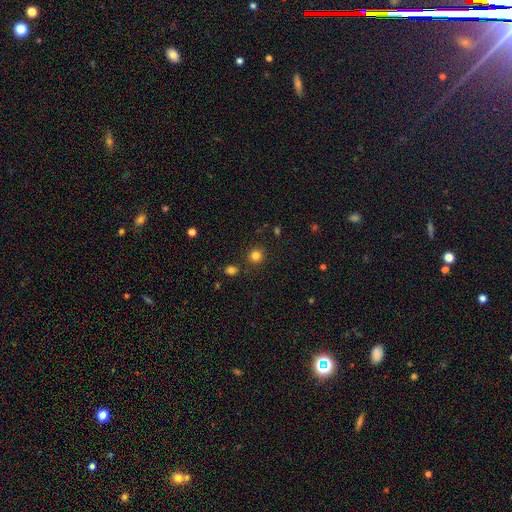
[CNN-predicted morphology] Q: Smooth or featured?
A: smooth (82%); runner-up: star or artifact (14%)
Q: How rounded?
A: round (93%); runner-up: in between (6%)
Q: Merging?
A: none (87%); runner-up: minor disturbance (6%)